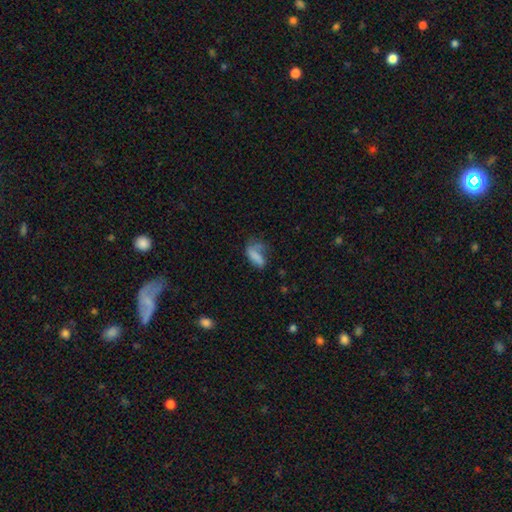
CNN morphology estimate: Smooth or featured? smooth (70%)
How rounded? in between (76%)
Merging? major disturbance (35%)